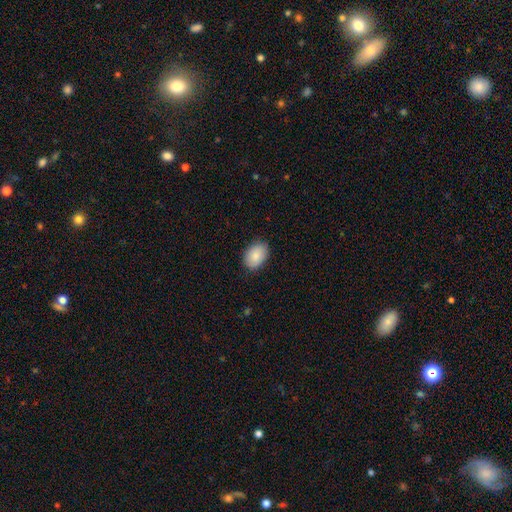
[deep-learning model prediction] Smooth or featured?
  - smooth: 88% *
  - star or artifact: 6%
  - featured or disk: 6%
How rounded?
  - in between: 84% *
  - round: 15%
  - cigar-shaped: 1%
Merging?
  - none: 86% *
  - minor disturbance: 11%
  - major disturbance: 2%
  - merger: 1%